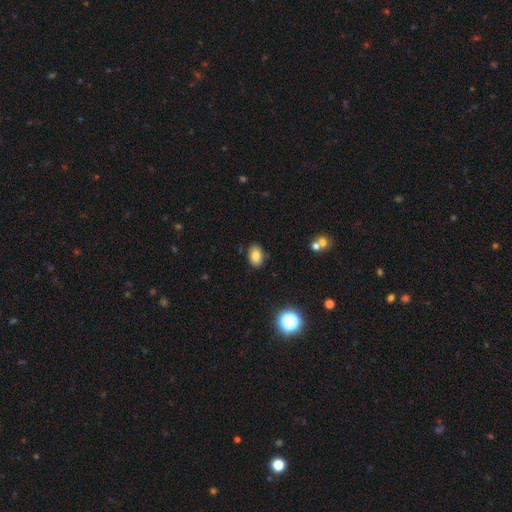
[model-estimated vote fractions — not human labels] Smooth or featured? smooth (81%)
How rounded? in between (78%)
Merging? none (85%)